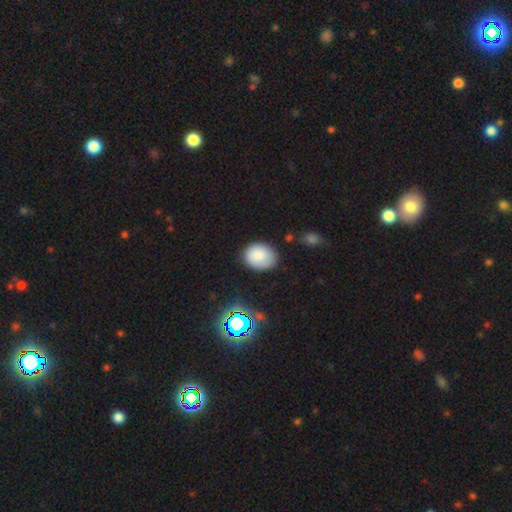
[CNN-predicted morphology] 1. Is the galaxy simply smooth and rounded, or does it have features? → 82% smooth, 10% star or artifact, 7% featured or disk.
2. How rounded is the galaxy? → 57% in between, 42% round, 1% cigar-shaped.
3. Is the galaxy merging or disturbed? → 78% none, 16% minor disturbance, 4% major disturbance, 2% merger.